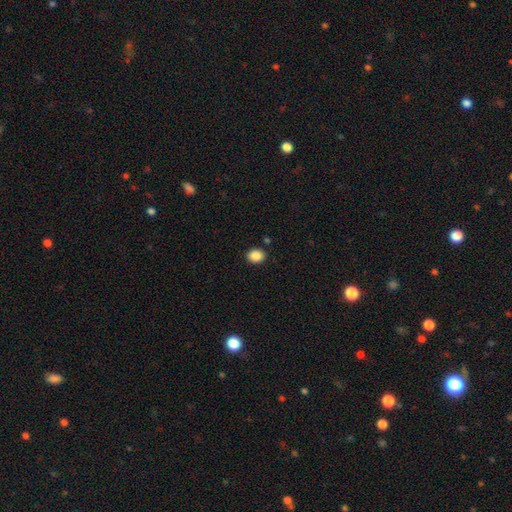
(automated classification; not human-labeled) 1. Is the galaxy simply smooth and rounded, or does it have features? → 88% smooth, 9% star or artifact, 3% featured or disk.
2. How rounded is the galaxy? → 53% round, 46% in between, 1% cigar-shaped.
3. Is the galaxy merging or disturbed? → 89% none, 7% minor disturbance, 2% major disturbance, 2% merger.